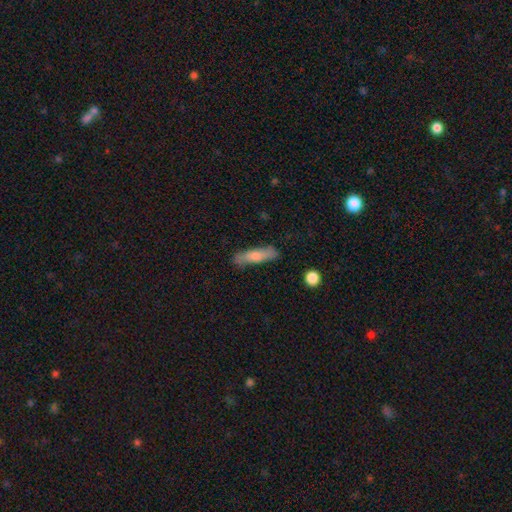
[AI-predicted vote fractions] Morphology: type=smooth (72%); roundness=cigar-shaped (73%); merging=none (78%).